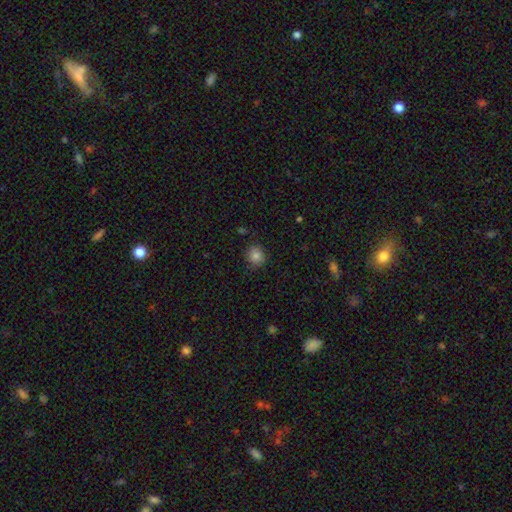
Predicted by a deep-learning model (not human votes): This appears to be a smooth galaxy with no disk features (83%) that is round (85%). Merging: none (82%).